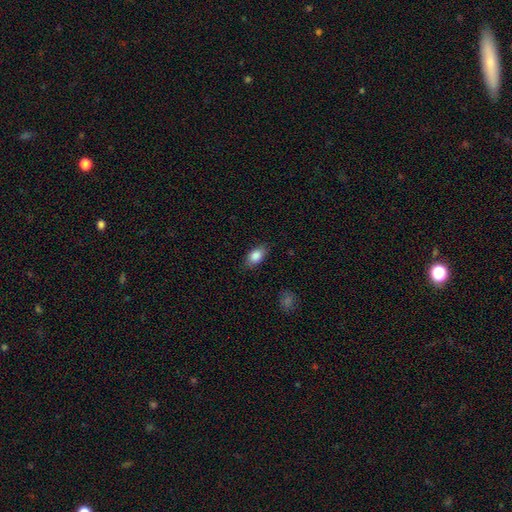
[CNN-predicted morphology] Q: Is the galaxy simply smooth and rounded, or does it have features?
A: smooth — 86%.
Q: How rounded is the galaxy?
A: in between — 90%.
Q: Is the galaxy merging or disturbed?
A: none — 83%.